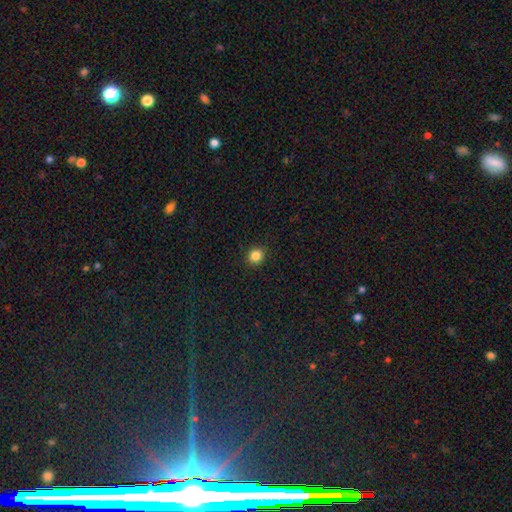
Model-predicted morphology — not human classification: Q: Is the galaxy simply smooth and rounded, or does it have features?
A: smooth — 85%.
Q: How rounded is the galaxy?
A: round — 89%.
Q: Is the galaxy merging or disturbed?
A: none — 91%.